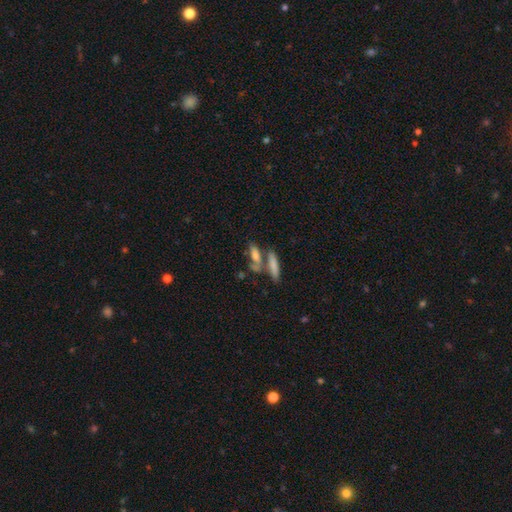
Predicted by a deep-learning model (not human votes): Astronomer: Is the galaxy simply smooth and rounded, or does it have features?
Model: smooth — 65%.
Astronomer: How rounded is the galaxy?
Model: cigar-shaped — 52% (runner-up: in between, 43%).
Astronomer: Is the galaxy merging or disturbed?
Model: none — 46% (runner-up: merger, 38%).